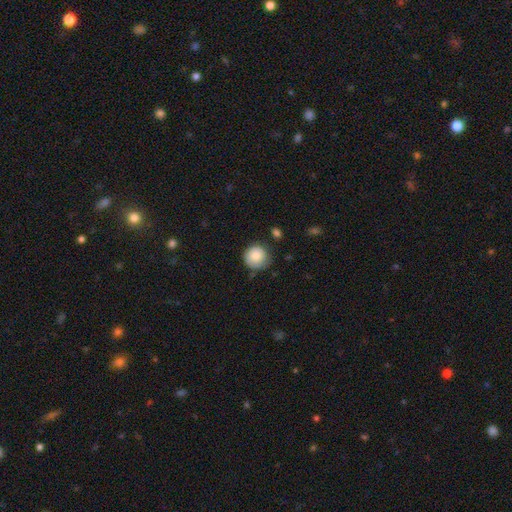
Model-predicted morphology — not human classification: Smooth or featured? smooth (83%)
How rounded? round (92%)
Merging? none (69%)